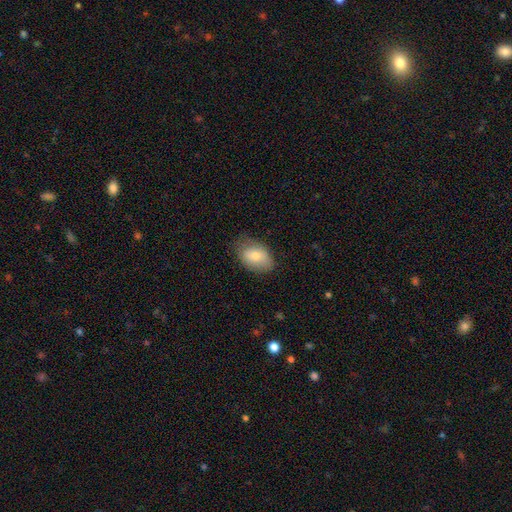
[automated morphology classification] type=smooth (75%); roundness=in between (87%); merging=none (70%).